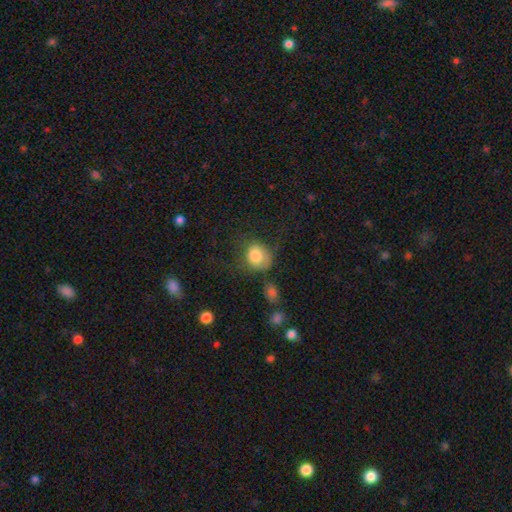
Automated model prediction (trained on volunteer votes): Smooth or featured? smooth (81%)
How rounded? round (64%)
Merging? none (45%)